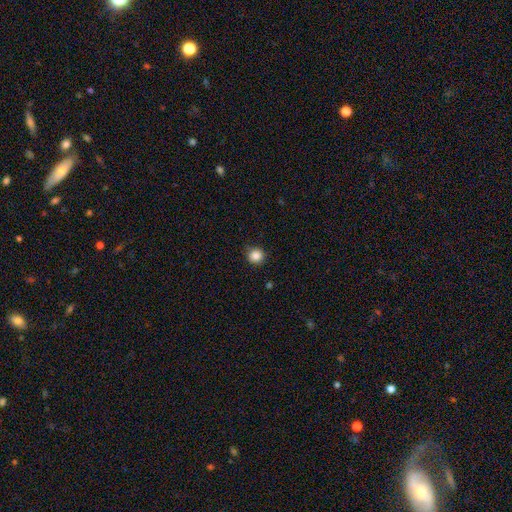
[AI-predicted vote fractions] Morphology: type=smooth (86%); roundness=round (94%); merging=none (89%).